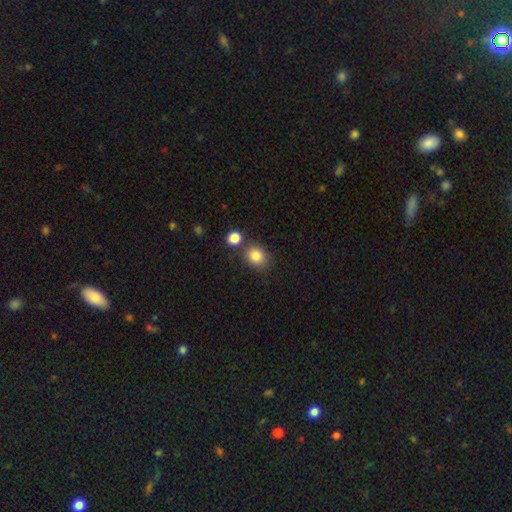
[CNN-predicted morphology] smooth 84%, star or artifact 10%, featured or disk 6%. Down the decision tree: how rounded — round (67%); merging — none (71%).